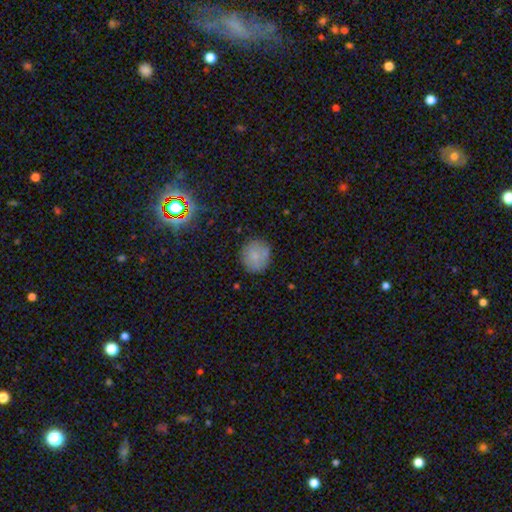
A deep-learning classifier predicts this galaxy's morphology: smooth-or-featured: smooth: 77% | featured or disk: 14% | star or artifact: 10%
  how-rounded: round: 85% | in between: 14% | cigar-shaped: 1%
  merging: none: 80% | minor disturbance: 14% | major disturbance: 4% | merger: 2%